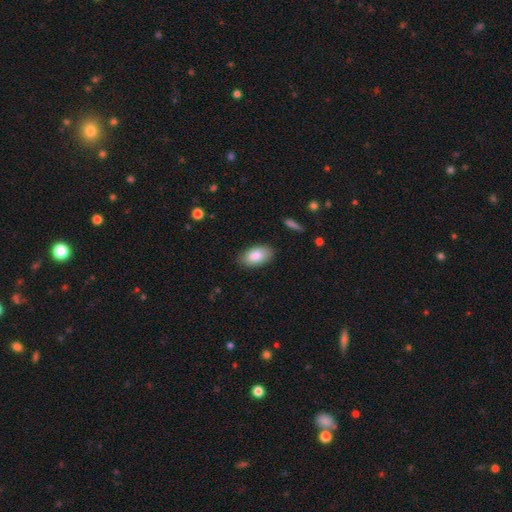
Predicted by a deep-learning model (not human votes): Smooth or featured? smooth (84%)
How rounded? in between (94%)
Merging? none (84%)